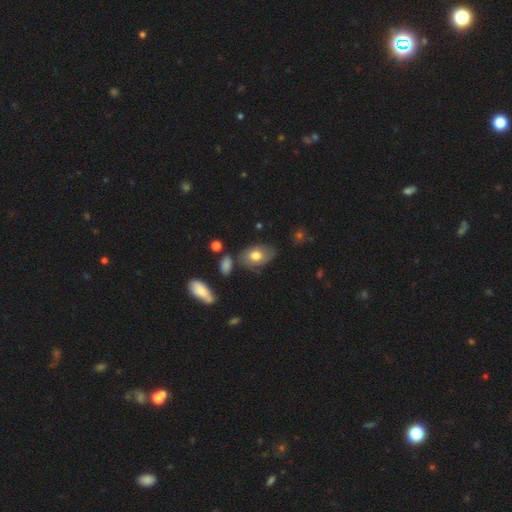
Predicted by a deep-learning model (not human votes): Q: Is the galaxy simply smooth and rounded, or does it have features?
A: smooth — 69%.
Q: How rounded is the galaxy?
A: in between — 87%.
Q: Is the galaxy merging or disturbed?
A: none — 64%.